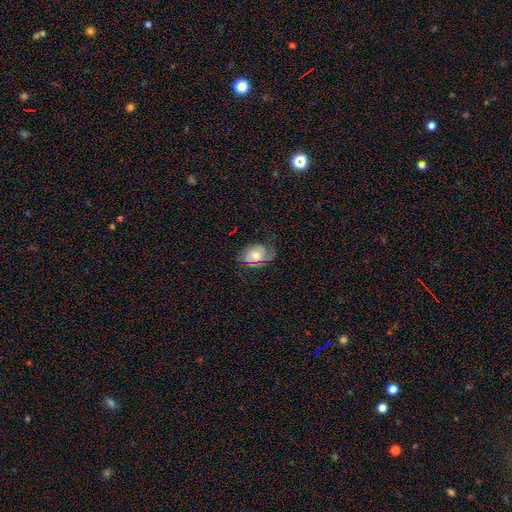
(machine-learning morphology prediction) A featured or disk galaxy (48%). Merging: none (62%).